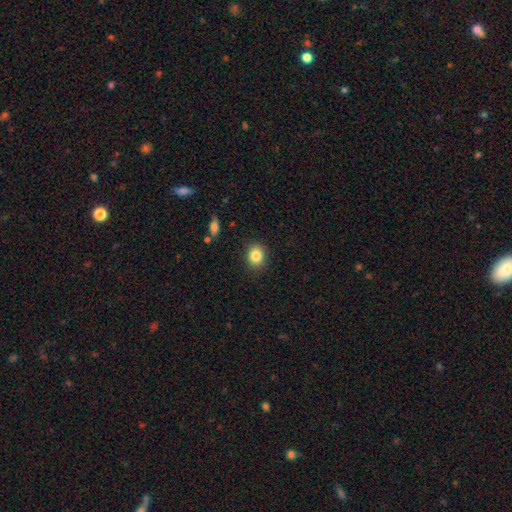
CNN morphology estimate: type=smooth (85%); roundness=round (56%); merging=none (88%).